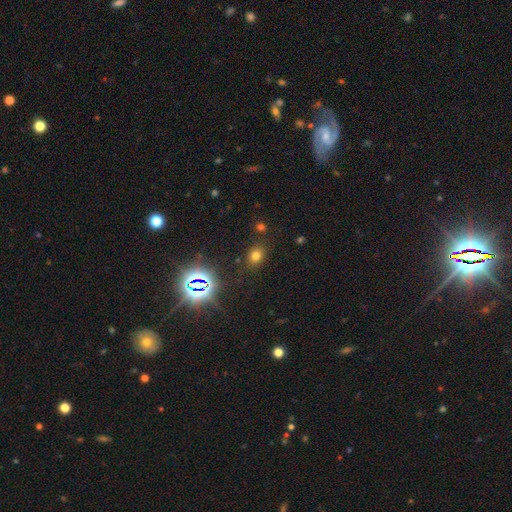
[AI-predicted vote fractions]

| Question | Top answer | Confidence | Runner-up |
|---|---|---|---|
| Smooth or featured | smooth | 67% | star or artifact (25%) |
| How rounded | round | 54% | in between (44%) |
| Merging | none | 84% | minor disturbance (10%) |